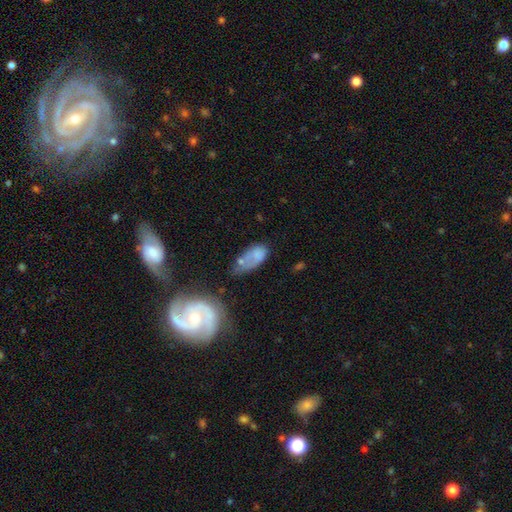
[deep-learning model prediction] Smooth or featured? Predicted: smooth (p=0.66). How rounded? Predicted: in between (p=0.88). Merging? Predicted: major disturbance (p=0.28, tied with minor disturbance).